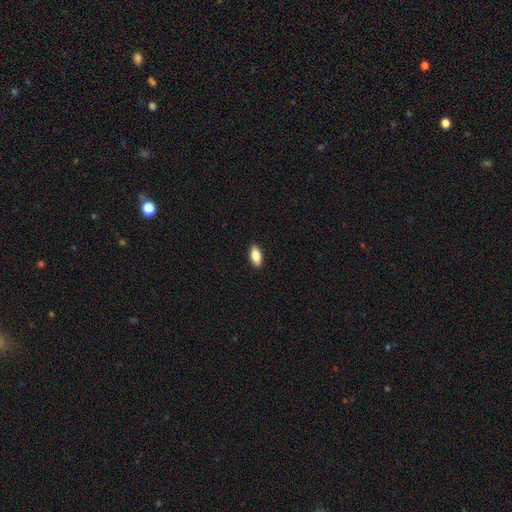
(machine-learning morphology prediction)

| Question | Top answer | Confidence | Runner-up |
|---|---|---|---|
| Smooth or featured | smooth | 81% | featured or disk (12%) |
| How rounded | in between | 85% | cigar-shaped (12%) |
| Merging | none | 90% | minor disturbance (7%) |